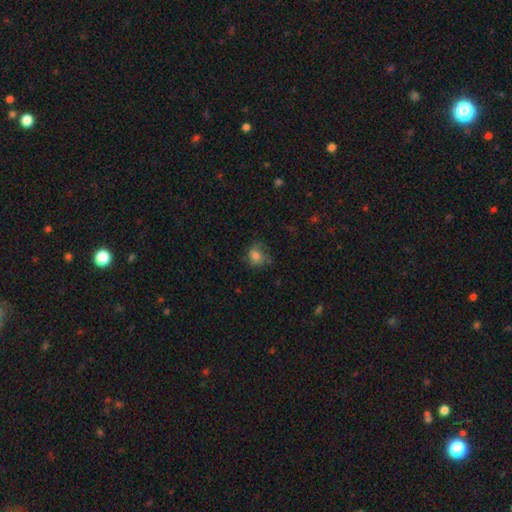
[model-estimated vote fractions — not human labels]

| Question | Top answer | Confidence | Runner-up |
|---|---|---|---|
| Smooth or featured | smooth | 75% | featured or disk (13%) |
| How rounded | round | 63% | in between (36%) |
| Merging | none | 61% | minor disturbance (25%) |